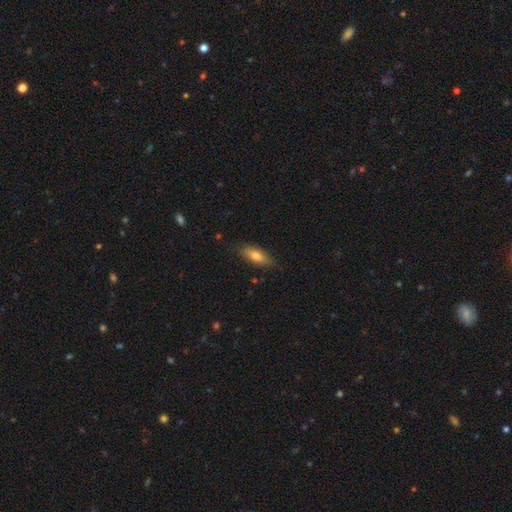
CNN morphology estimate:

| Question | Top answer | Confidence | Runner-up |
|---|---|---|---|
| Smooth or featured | smooth | 75% | featured or disk (18%) |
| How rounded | in between | 70% | cigar-shaped (27%) |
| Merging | none | 80% | minor disturbance (16%) |